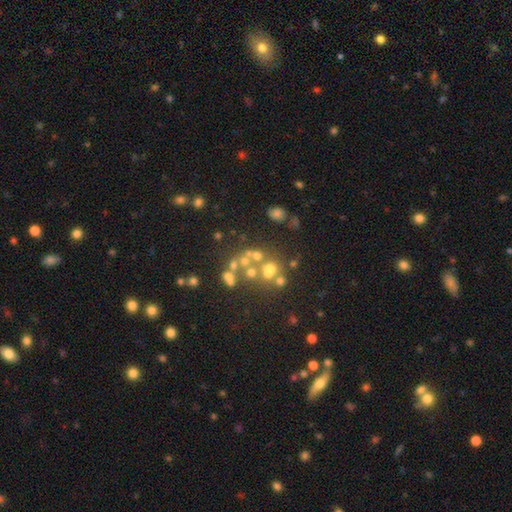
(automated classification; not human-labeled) Smooth or featured: smooth — 39% (featured or disk — 33%)
Merging: none — 43% (merger — 38%)